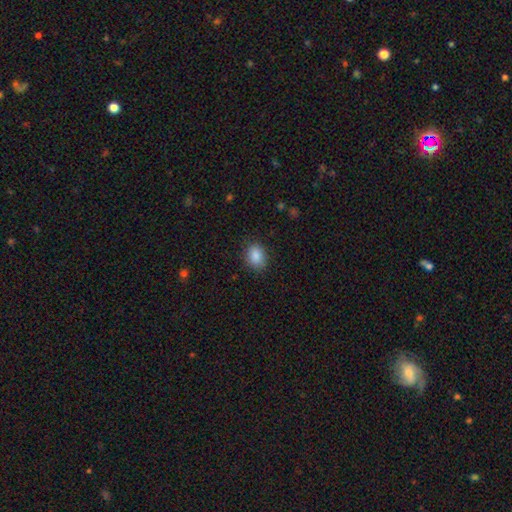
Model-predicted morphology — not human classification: Smooth or featured? smooth (87%)
How rounded? in between (67%)
Merging? none (83%)